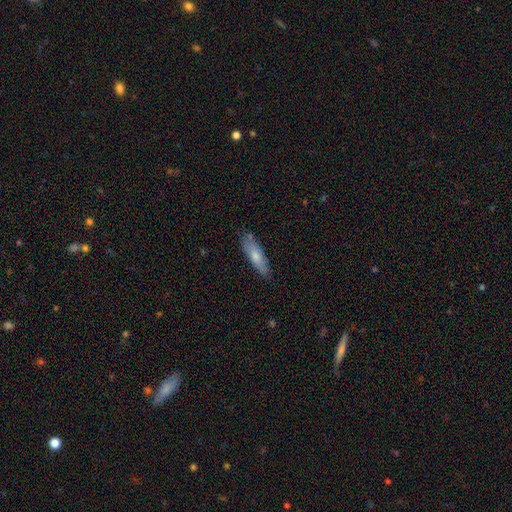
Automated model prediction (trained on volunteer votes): A smooth galaxy with no disk features (73%) that is cigar-shaped (55%).

Vote fractions:
- Smooth or featured? smooth: 73% / featured or disk: 21% / star or artifact: 6%
- How rounded? cigar-shaped: 55% / in between: 43% / round: 2%
- Merging? none: 78% / minor disturbance: 16% / major disturbance: 3% / merger: 3%